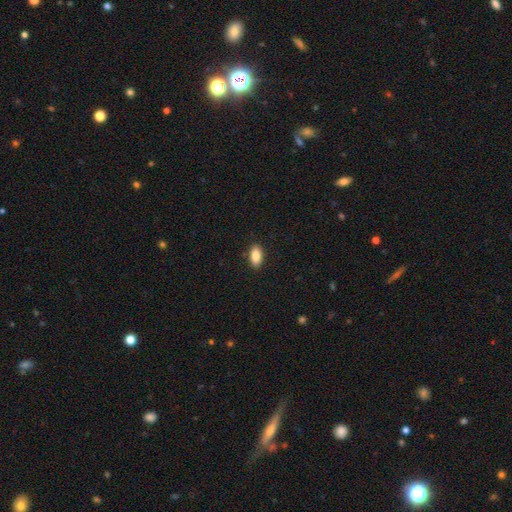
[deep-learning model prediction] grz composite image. It shows a smooth galaxy with no disk features (87%) that is in between round and cigar-shaped (88%). Merging: none (88%).